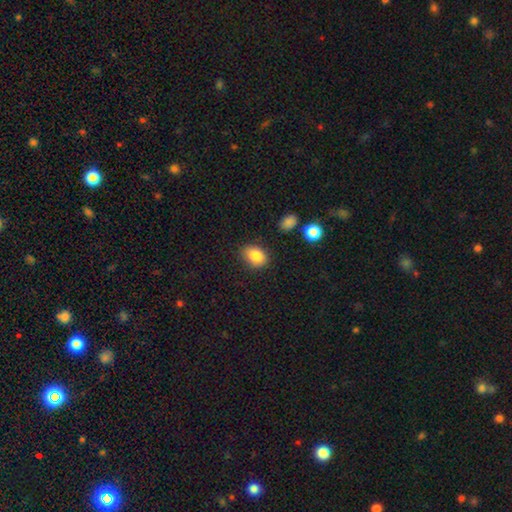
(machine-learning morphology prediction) Q: Smooth or featured?
A: smooth (85%); runner-up: star or artifact (9%)
Q: How rounded?
A: in between (73%); runner-up: round (26%)
Q: Merging?
A: none (80%); runner-up: minor disturbance (14%)